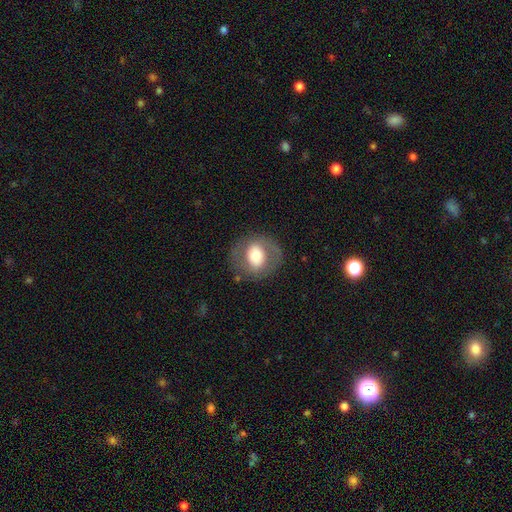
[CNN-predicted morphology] This appears to be a smooth galaxy with no disk features (54%) that is round (68%). Merging: none (77%).